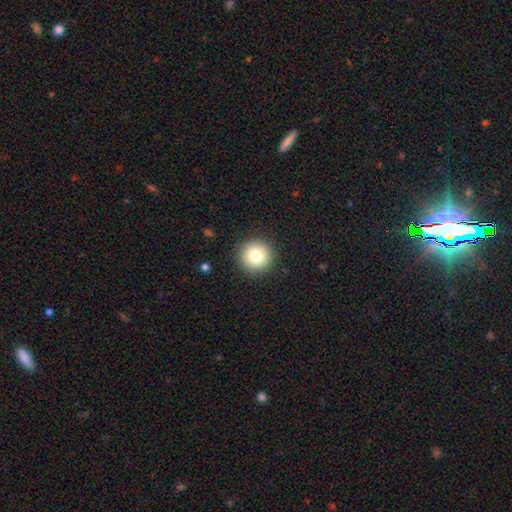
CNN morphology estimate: Smooth or featured? Predicted: smooth (p=0.79). How rounded? Predicted: round (p=0.96). Merging? Predicted: none (p=0.92).